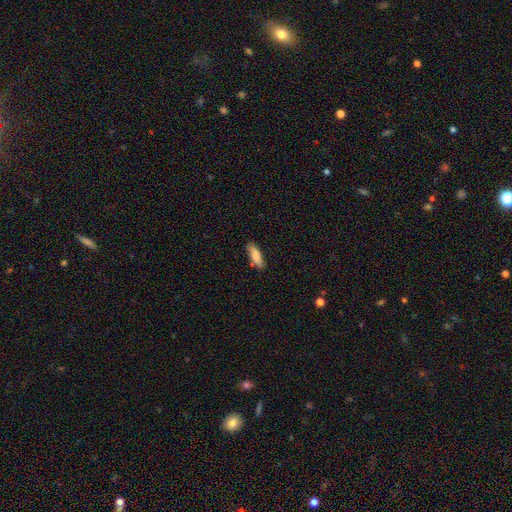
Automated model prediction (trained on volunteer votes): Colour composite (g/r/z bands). It shows a smooth galaxy with no disk features (83%) that is in between round and cigar-shaped (52%). Merging: none (80%).